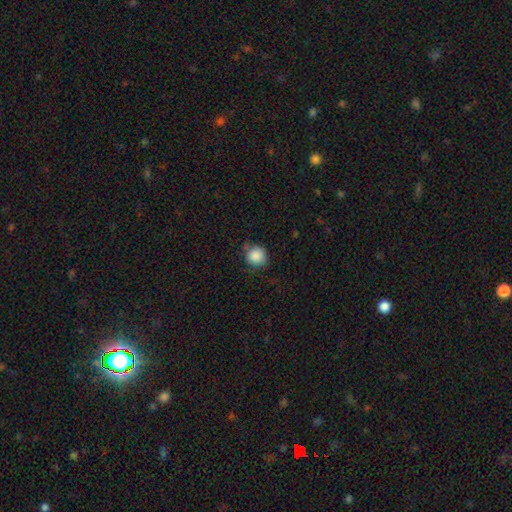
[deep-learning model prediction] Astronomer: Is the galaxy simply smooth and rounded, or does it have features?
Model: smooth — 87%.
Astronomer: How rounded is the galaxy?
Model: round — 90%.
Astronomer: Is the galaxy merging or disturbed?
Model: none — 73%.